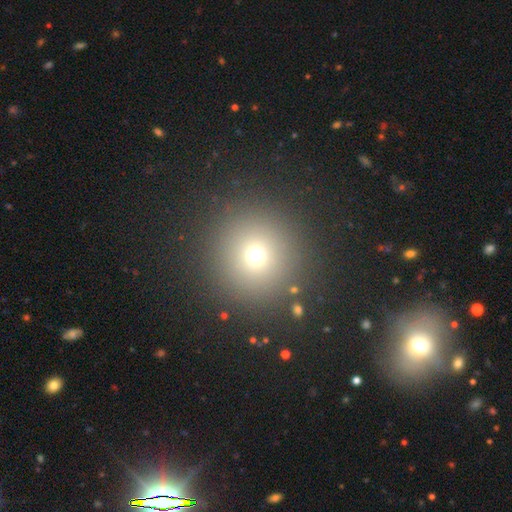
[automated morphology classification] The model was most divided on "smooth or featured": smooth: 68%, star or artifact: 22%, featured or disk: 9%. More confident: how rounded — round (95%); merging — none (90%).